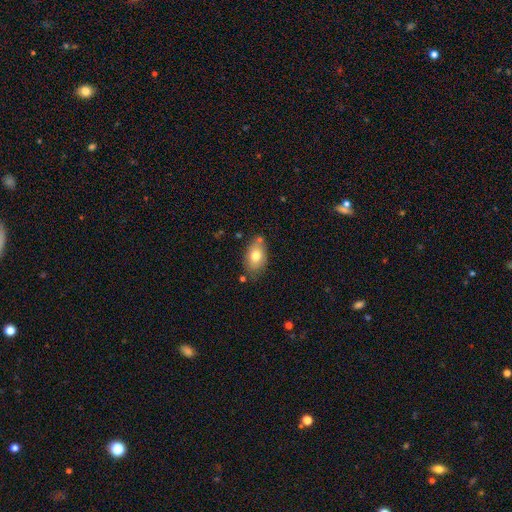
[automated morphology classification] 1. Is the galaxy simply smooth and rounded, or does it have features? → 77% smooth, 15% featured or disk, 8% star or artifact.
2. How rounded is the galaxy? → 87% in between, 11% round, 2% cigar-shaped.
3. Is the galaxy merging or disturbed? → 72% none, 18% minor disturbance, 7% merger, 4% major disturbance.